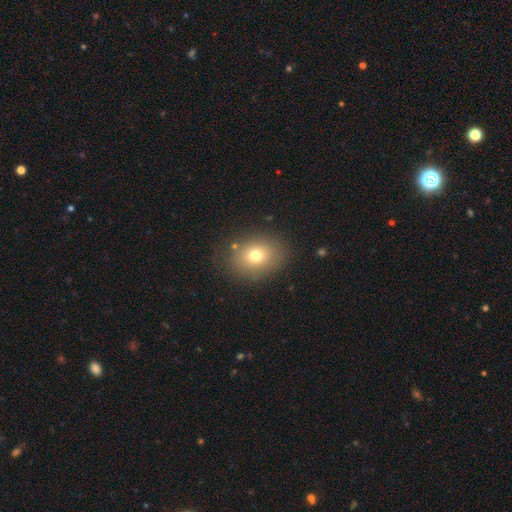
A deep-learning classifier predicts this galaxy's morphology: The model was most divided on "how rounded": round: 54%, in between: 46%, cigar-shaped: 1%. More confident: merging — none (82%); smooth or featured — smooth (73%).